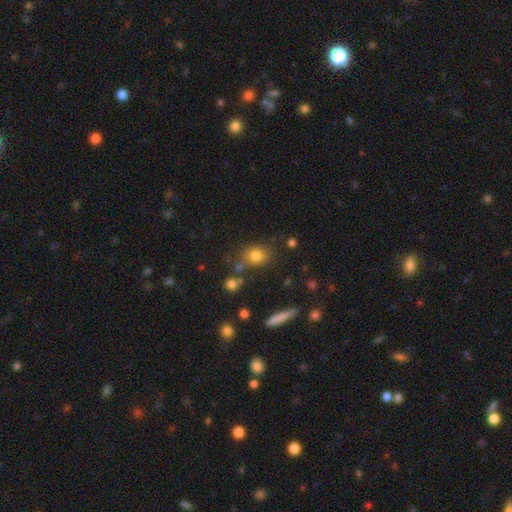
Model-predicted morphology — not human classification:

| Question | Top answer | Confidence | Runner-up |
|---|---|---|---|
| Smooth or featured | smooth | 78% | star or artifact (13%) |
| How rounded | round | 60% | in between (37%) |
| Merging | none | 69% | minor disturbance (16%) |